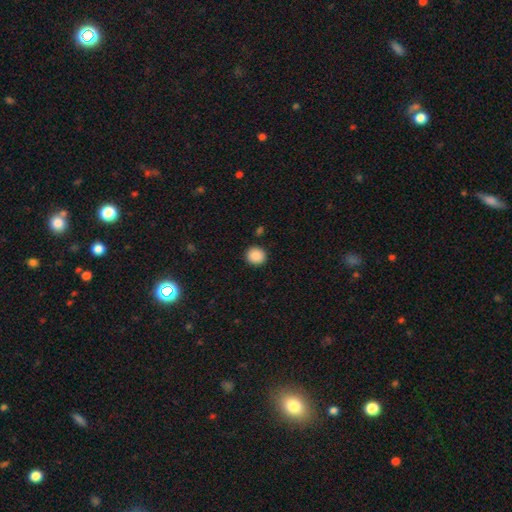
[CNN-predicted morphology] type=smooth (88%); roundness=round (86%); merging=none (89%).